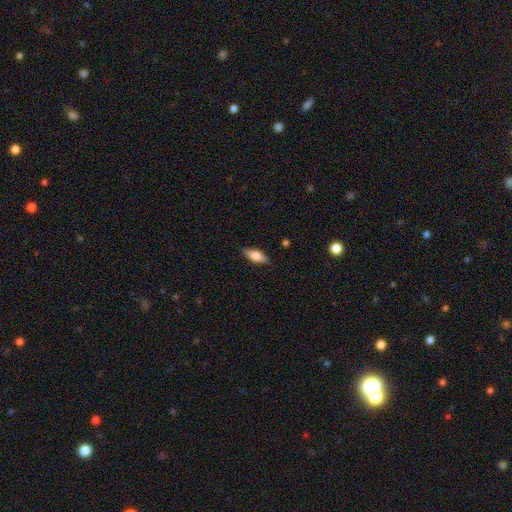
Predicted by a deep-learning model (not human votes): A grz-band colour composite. It shows a smooth galaxy with no disk features (71%) that is in between round and cigar-shaped (72%). Merging: none (85%).